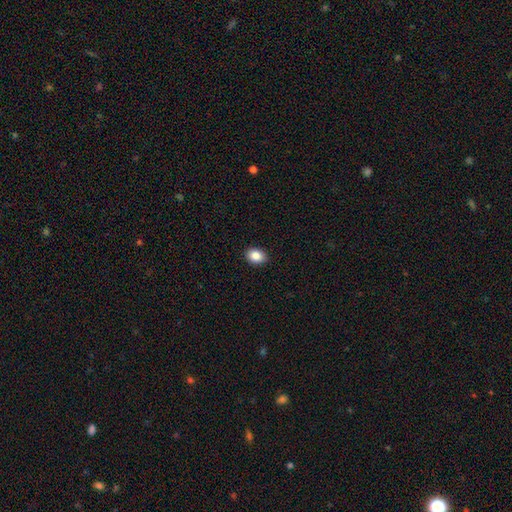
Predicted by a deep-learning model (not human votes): A smooth galaxy with no disk features (87%) that is in between round and cigar-shaped (67%). Merging: none (90%).